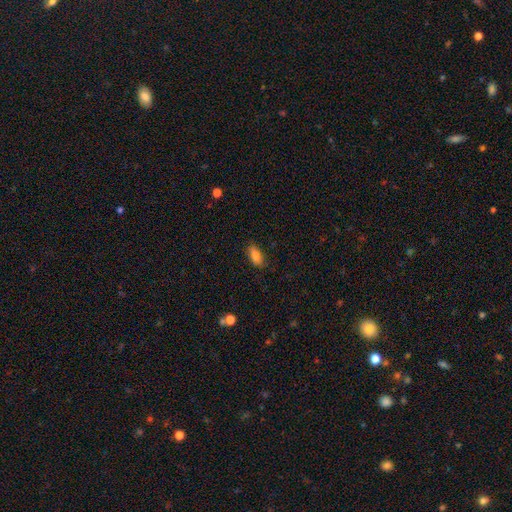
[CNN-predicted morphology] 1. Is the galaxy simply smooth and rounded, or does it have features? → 82% smooth, 10% featured or disk, 9% star or artifact.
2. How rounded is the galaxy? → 85% in between, 11% cigar-shaped, 4% round.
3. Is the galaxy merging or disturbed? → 79% none, 16% minor disturbance, 3% major disturbance, 1% merger.